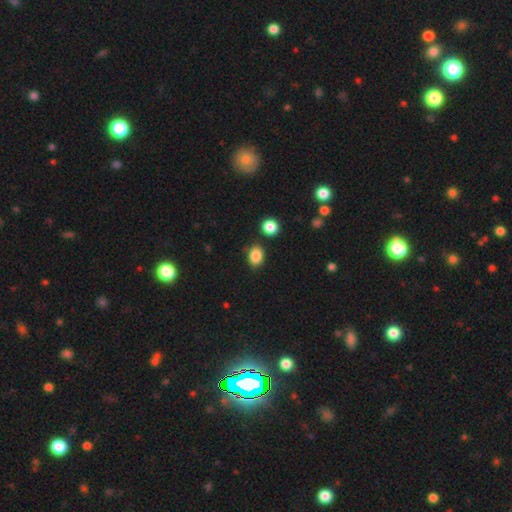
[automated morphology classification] The model was most divided on "how rounded": in between: 72%, round: 27%, cigar-shaped: 1%. More confident: smooth or featured — smooth (86%); merging — none (79%).